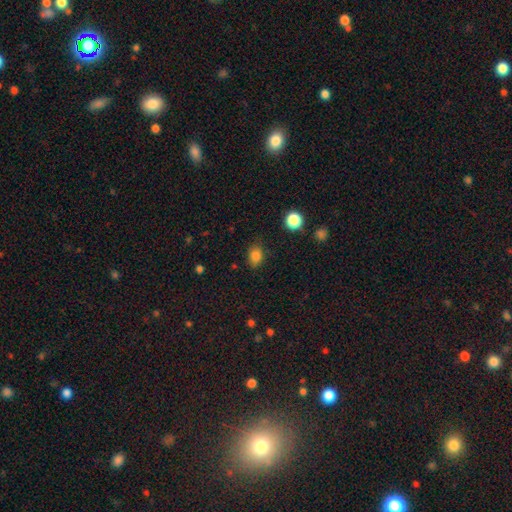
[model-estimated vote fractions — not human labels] Smooth or featured? Predicted: smooth (p=0.83). How rounded? Predicted: in between (p=0.64). Merging? Predicted: none (p=0.81).